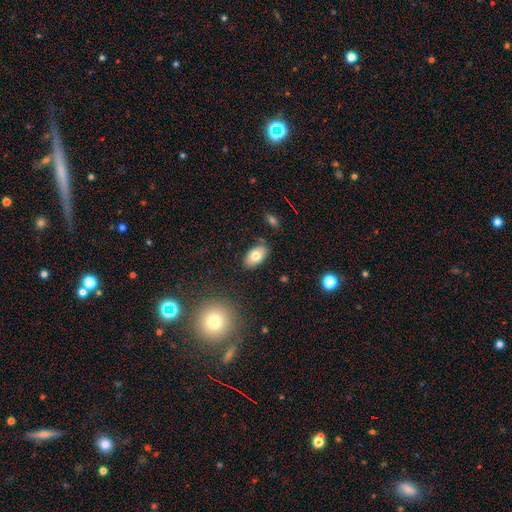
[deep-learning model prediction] Smooth or featured: smooth — 76% (featured or disk — 16%)
How rounded: in between — 93% (round — 5%)
Merging: none — 83% (minor disturbance — 12%)